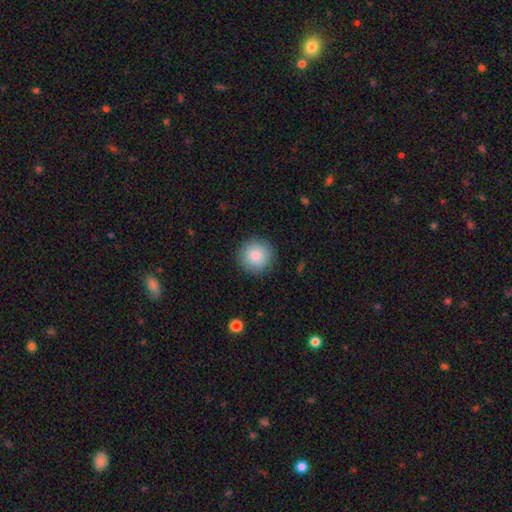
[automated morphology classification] smooth_or_featured: smooth (p=0.87) [alt: star or artifact p=0.08]
how_rounded: round (p=0.95) [alt: in between p=0.04]
merging: none (p=0.90) [alt: minor disturbance p=0.07]